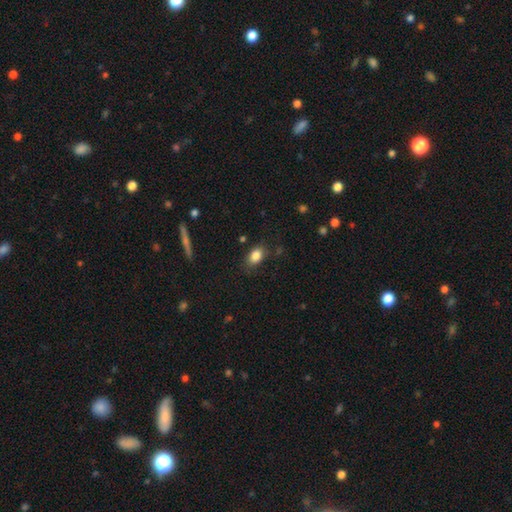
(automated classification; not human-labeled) Smooth or featured?
  - smooth: 84% *
  - star or artifact: 9%
  - featured or disk: 7%
How rounded?
  - in between: 83% *
  - round: 15%
  - cigar-shaped: 2%
Merging?
  - none: 79% *
  - minor disturbance: 15%
  - major disturbance: 4%
  - merger: 2%